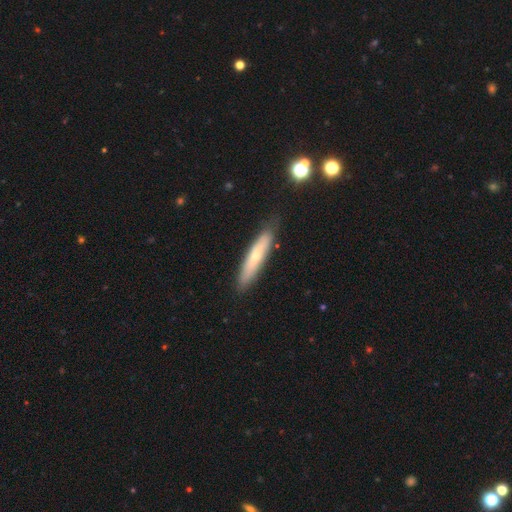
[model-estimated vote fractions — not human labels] The model was most divided on "smooth or featured": smooth: 58%, featured or disk: 36%, star or artifact: 6%. More confident: how rounded — cigar-shaped (84%); merging — none (82%).